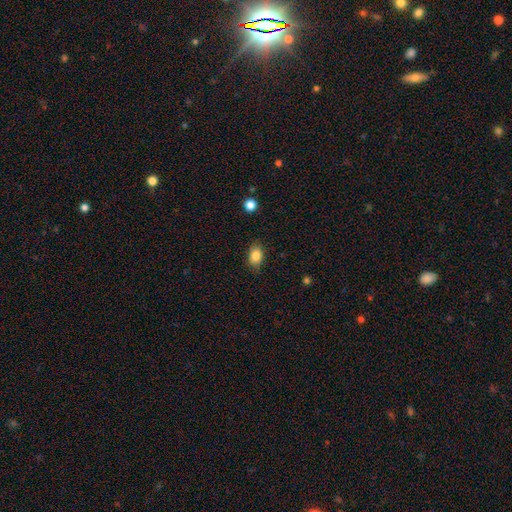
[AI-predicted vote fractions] Smooth or featured? Predicted: smooth (p=0.85). How rounded? Predicted: in between (p=0.79). Merging? Predicted: none (p=0.84).